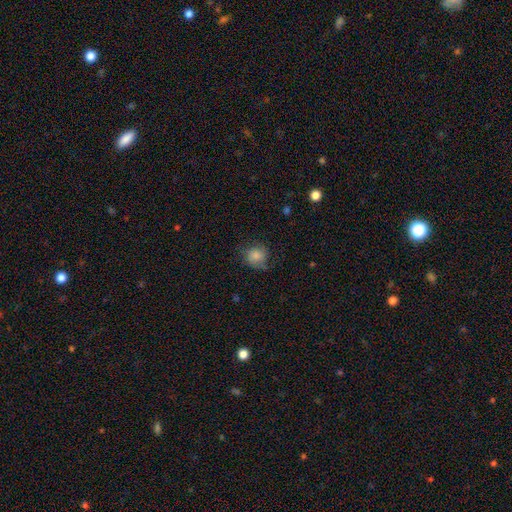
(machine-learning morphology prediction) Overall: smooth (79%). How rounded: round (84%). Merging: none (68%).